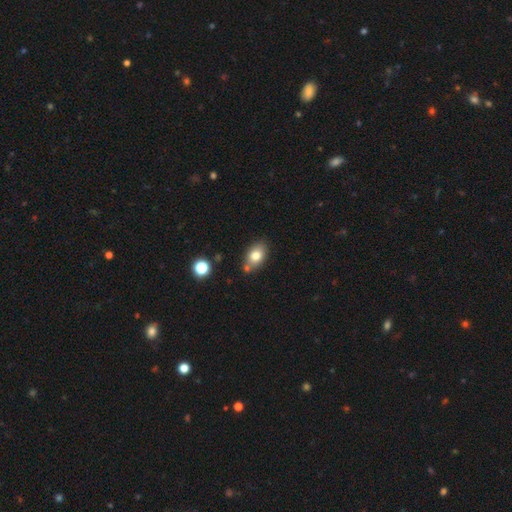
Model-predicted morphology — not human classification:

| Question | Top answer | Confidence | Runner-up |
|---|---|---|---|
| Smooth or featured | smooth | 77% | featured or disk (13%) |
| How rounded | in between | 80% | round (18%) |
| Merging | none | 70% | minor disturbance (15%) |